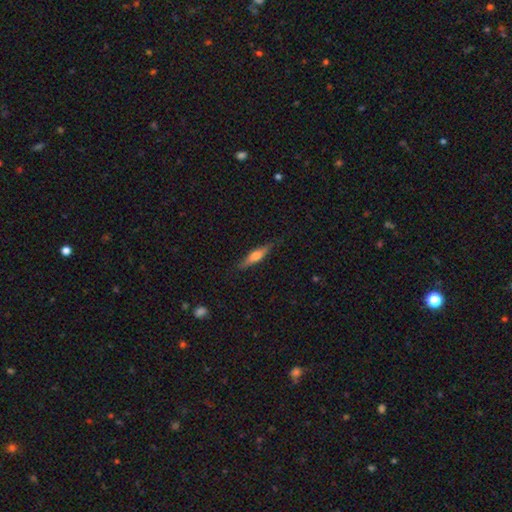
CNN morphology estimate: smooth_or_featured: featured or disk (p=0.53) [alt: smooth p=0.41]
disk_edge_on: yes (p=0.95) [alt: no p=0.05]
edge_on_bulge: rounded (p=0.85) [alt: boxy p=0.10]
merging: none (p=0.84) [alt: minor disturbance p=0.12]